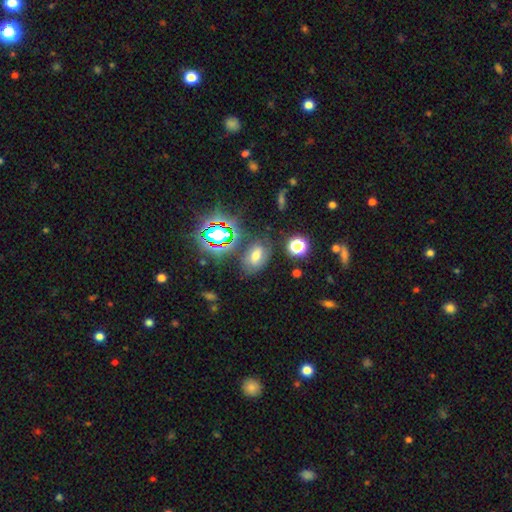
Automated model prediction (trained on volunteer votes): Smooth or featured?
  - smooth: 46% *
  - star or artifact: 29%
  - featured or disk: 25%
Merging?
  - none: 68% *
  - minor disturbance: 18%
  - major disturbance: 8%
  - merger: 5%